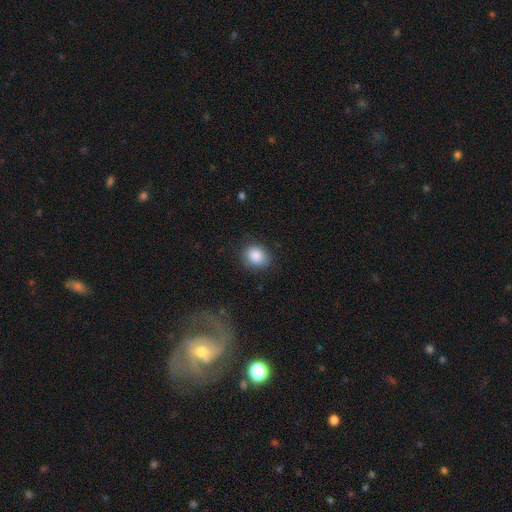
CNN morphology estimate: smooth-or-featured: smooth: 88% | star or artifact: 8% | featured or disk: 4%
  how-rounded: round: 62% | in between: 37% | cigar-shaped: 1%
  merging: none: 82% | minor disturbance: 13% | major disturbance: 4% | merger: 1%